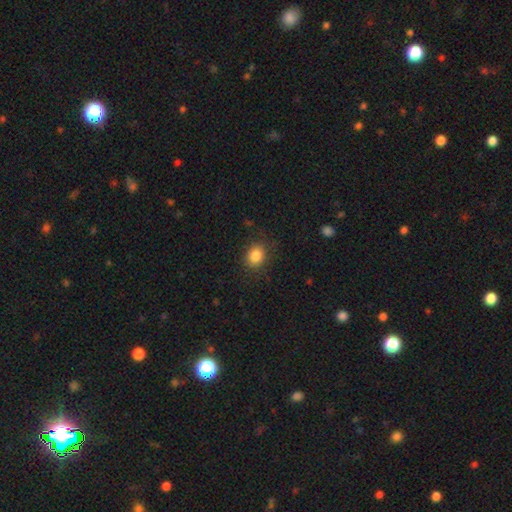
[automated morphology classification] type=smooth (84%); roundness=round (61%); merging=none (86%).